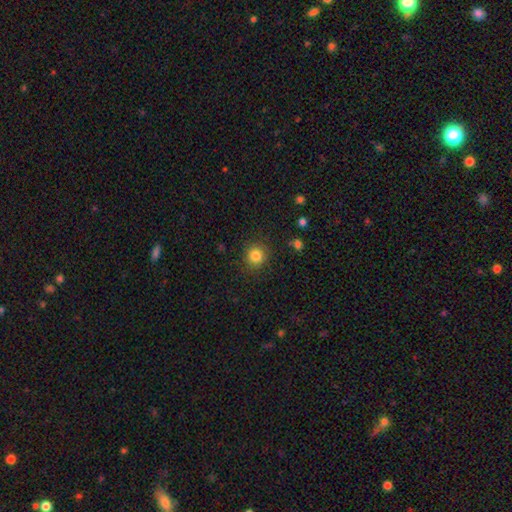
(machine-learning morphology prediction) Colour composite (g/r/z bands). It shows a smooth galaxy with no disk features (83%) that is round (91%). Merging: none (88%).